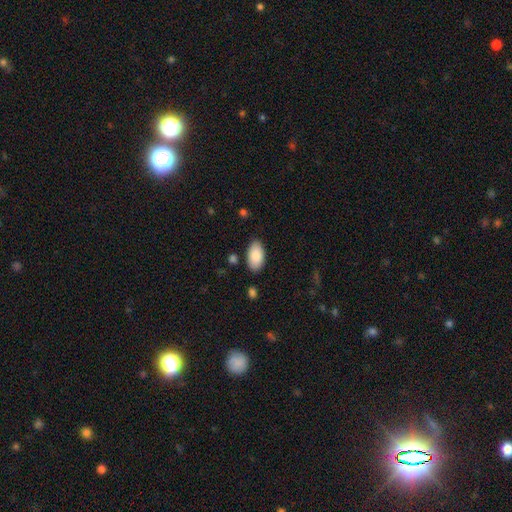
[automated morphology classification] Smooth or featured: smooth — 87% (featured or disk — 6%)
How rounded: in between — 96% (round — 3%)
Merging: none — 85% (minor disturbance — 11%)